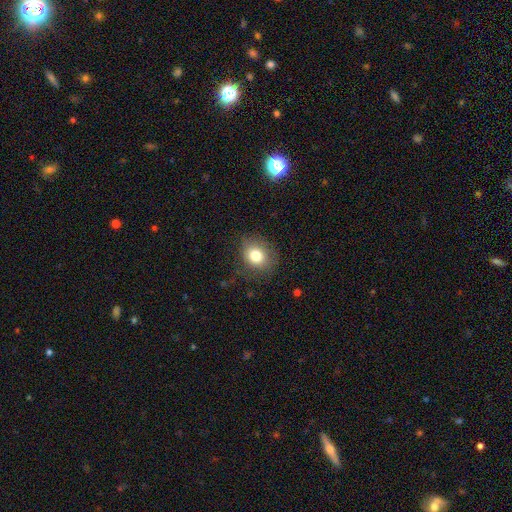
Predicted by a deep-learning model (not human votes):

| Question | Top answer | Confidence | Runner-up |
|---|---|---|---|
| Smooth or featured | smooth | 78% | featured or disk (11%) |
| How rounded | round | 59% | in between (40%) |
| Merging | none | 73% | minor disturbance (19%) |